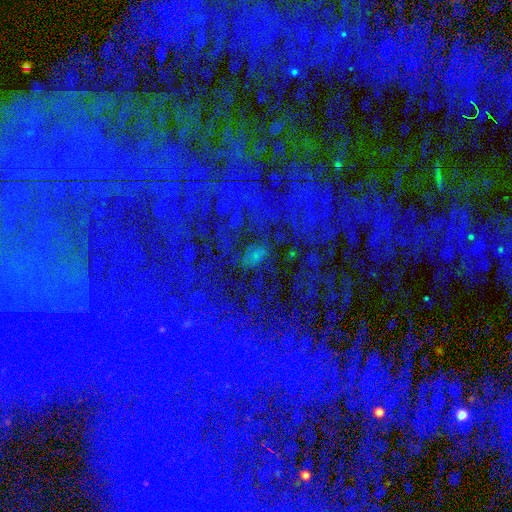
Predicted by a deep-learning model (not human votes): This appears to be a star or artifact, not a galaxy (74%).